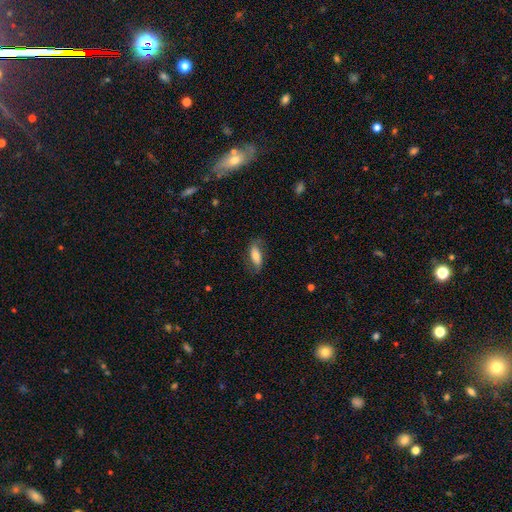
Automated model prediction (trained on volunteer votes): A smooth galaxy with no disk features (64%) that is in between round and cigar-shaped (75%).

Vote fractions:
- Smooth or featured? smooth: 64% / featured or disk: 29% / star or artifact: 7%
- How rounded? in between: 75% / cigar-shaped: 22% / round: 3%
- Merging? none: 73% / minor disturbance: 19% / major disturbance: 7% / merger: 1%